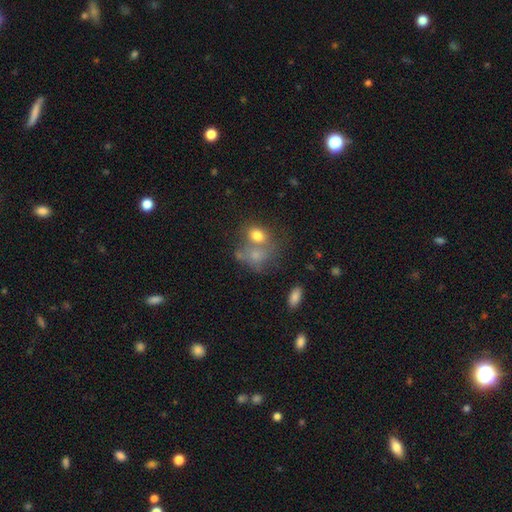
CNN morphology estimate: smooth 69%, featured or disk 20%, star or artifact 12%. Down the decision tree: how rounded — in between (52%); merging — merger (48%).